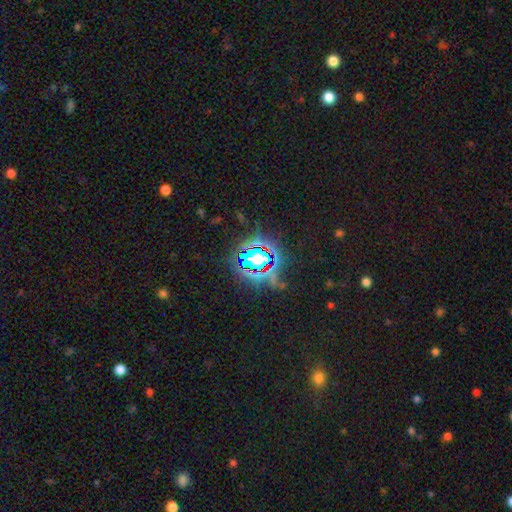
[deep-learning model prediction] Smooth or featured: star or artifact — 81% (smooth — 11%)